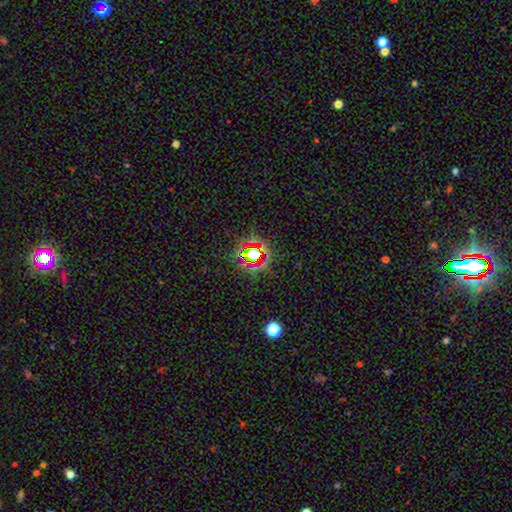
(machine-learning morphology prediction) A star or artifact, not a galaxy (72%).

Vote fractions:
- Smooth or featured? star or artifact: 72% / smooth: 18% / featured or disk: 10%